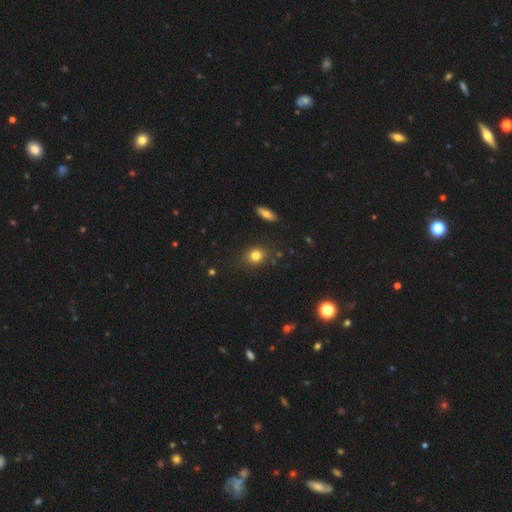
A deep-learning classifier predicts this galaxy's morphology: A smooth galaxy with no disk features (80%) that is round (63%). Merging: none (83%).